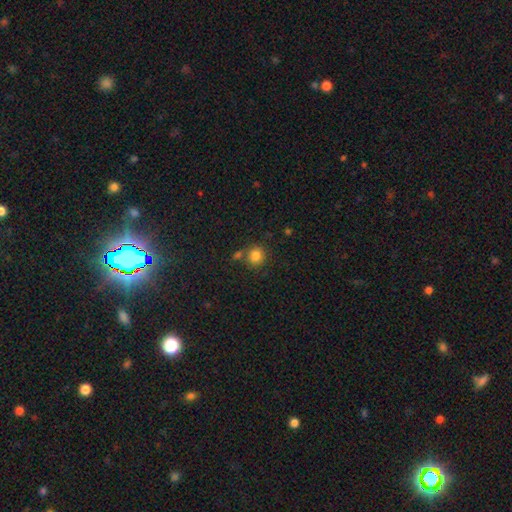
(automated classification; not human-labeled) A smooth galaxy with no disk features (83%) that is round (86%).

Vote fractions:
- Smooth or featured? smooth: 83% / star or artifact: 11% / featured or disk: 6%
- How rounded? round: 86% / in between: 13% / cigar-shaped: 1%
- Merging? none: 71% / merger: 15% / minor disturbance: 10% / major disturbance: 4%